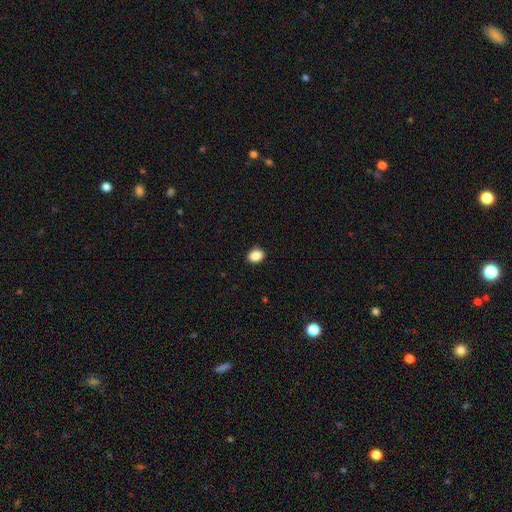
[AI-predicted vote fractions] This is clearly a smooth galaxy (87%). How rounded: likely in between (60%). Merging: clearly none (88%).